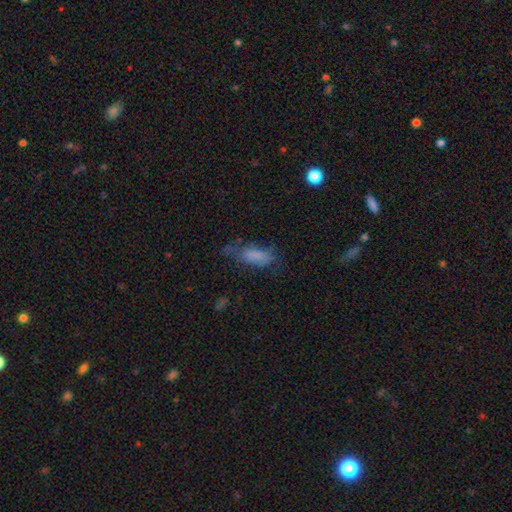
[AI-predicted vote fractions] Smooth or featured? smooth (70%)
How rounded? in between (74%)
Merging? none (40%)